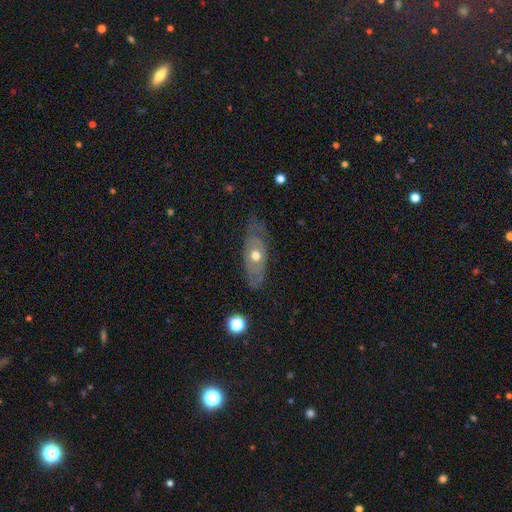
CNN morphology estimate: This appears to be a featured or disk galaxy (57%). Merging: none (68%).